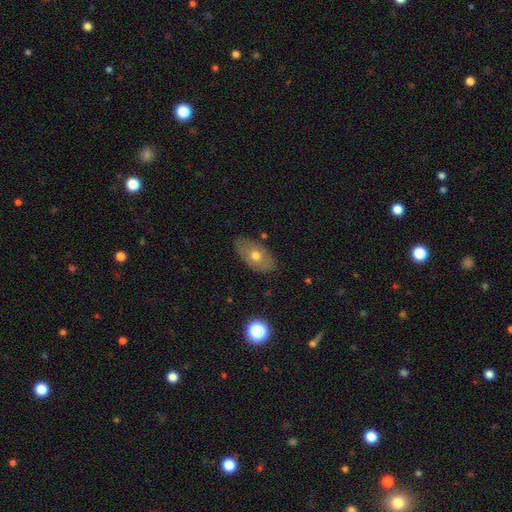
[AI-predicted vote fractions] A smooth galaxy with no disk features (58%) that is in between round and cigar-shaped (91%).

Vote fractions:
- Smooth or featured? smooth: 58% / featured or disk: 35% / star or artifact: 7%
- How rounded? in between: 91% / round: 7% / cigar-shaped: 2%
- Merging? none: 82% / minor disturbance: 14% / major disturbance: 3% / merger: 2%